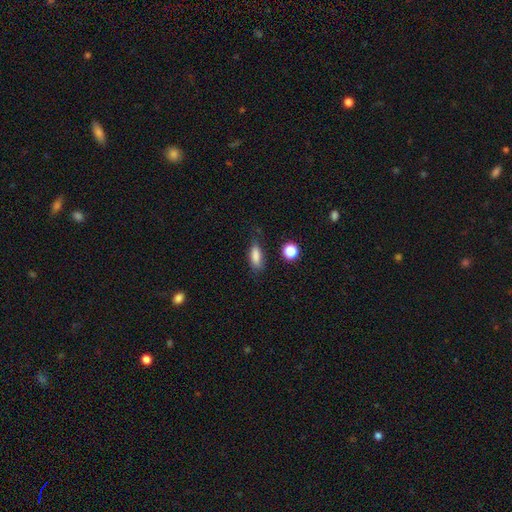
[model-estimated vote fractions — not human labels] Smooth or featured?
  - smooth: 83% *
  - star or artifact: 9%
  - featured or disk: 7%
How rounded?
  - in between: 67% *
  - cigar-shaped: 28%
  - round: 5%
Merging?
  - none: 71% *
  - minor disturbance: 20%
  - major disturbance: 6%
  - merger: 3%